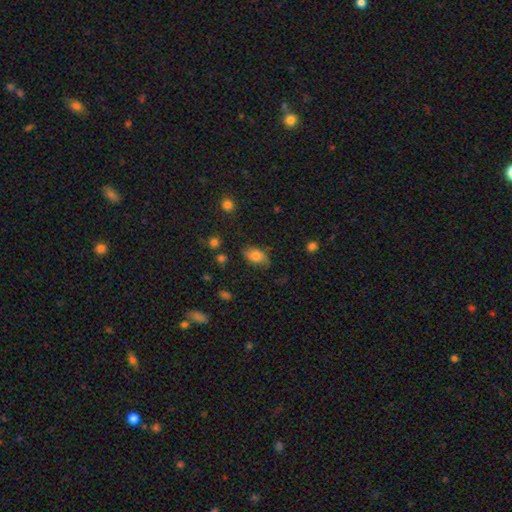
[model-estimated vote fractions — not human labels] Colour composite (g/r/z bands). It shows a smooth galaxy with no disk features (73%) that is in between round and cigar-shaped (89%). Merging: none (71%).